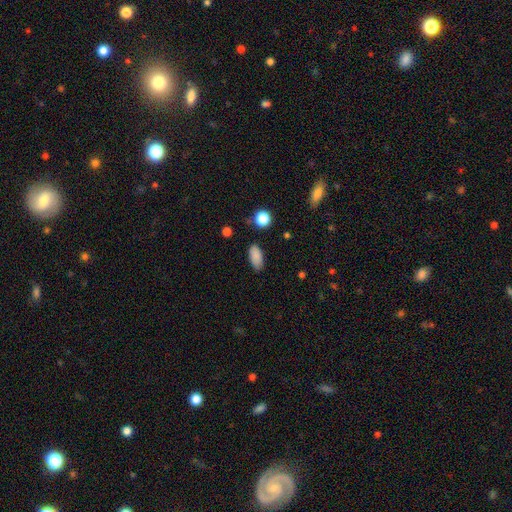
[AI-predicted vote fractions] smooth 87%, star or artifact 9%, featured or disk 4%. Down the decision tree: how rounded — in between (90%); merging — none (83%).